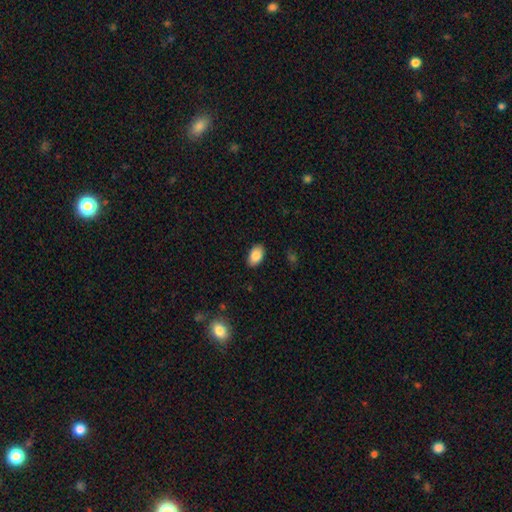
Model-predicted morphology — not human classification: Smooth or featured? Predicted: smooth (p=0.87). How rounded? Predicted: in between (p=0.92). Merging? Predicted: none (p=0.87).